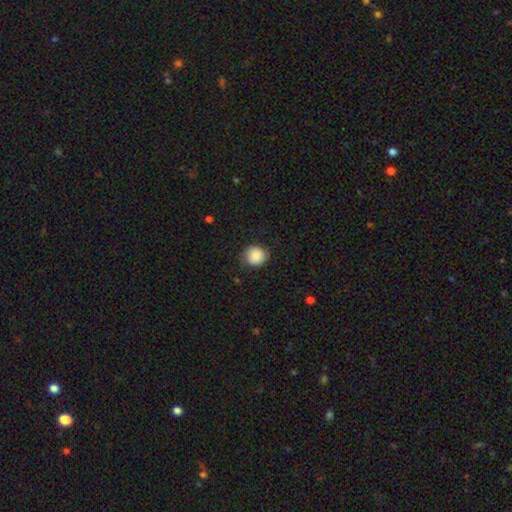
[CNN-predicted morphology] Smooth or featured: smooth — 84% (star or artifact — 8%)
How rounded: round — 85% (in between — 14%)
Merging: none — 77% (minor disturbance — 17%)